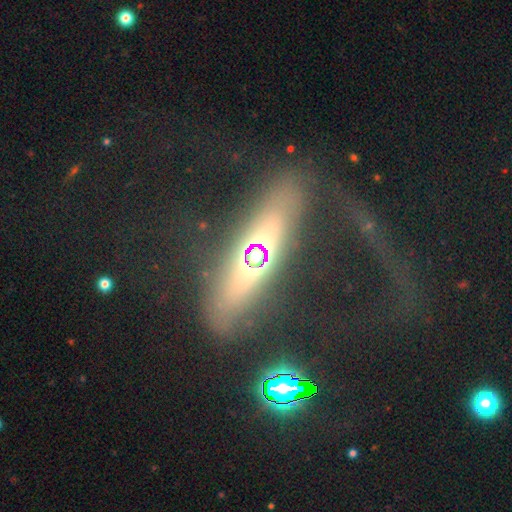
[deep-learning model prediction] Morphology: type=smooth (37%); merging=none (78%).